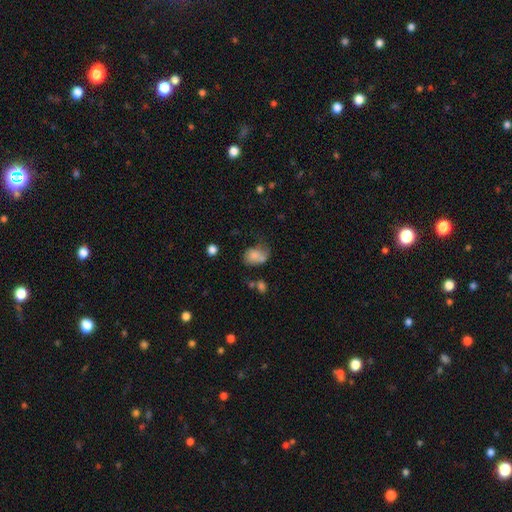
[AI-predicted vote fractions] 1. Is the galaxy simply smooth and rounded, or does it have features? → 73% smooth, 17% featured or disk, 10% star or artifact.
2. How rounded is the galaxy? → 59% in between, 40% round, 1% cigar-shaped.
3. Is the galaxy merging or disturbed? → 33% none, 27% minor disturbance, 24% major disturbance, 16% merger.